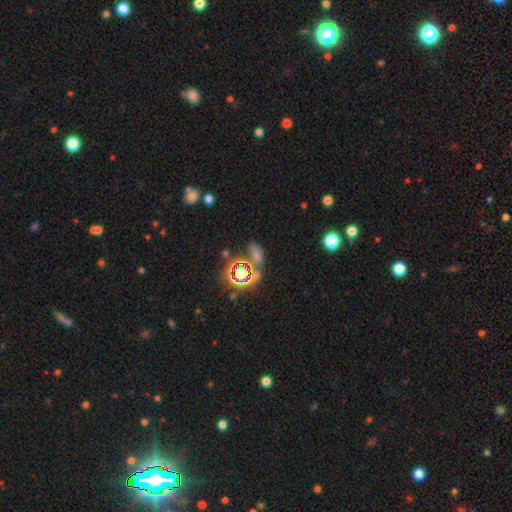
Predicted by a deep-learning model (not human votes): smooth_or_featured: star or artifact (p=0.60) [alt: smooth p=0.26]